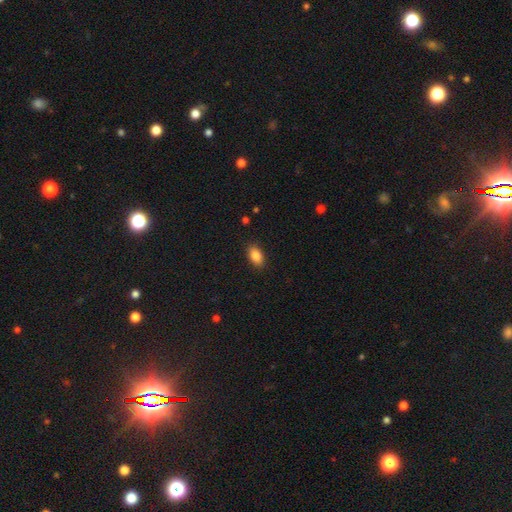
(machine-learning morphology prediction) type=smooth (87%); roundness=in between (90%); merging=none (88%).